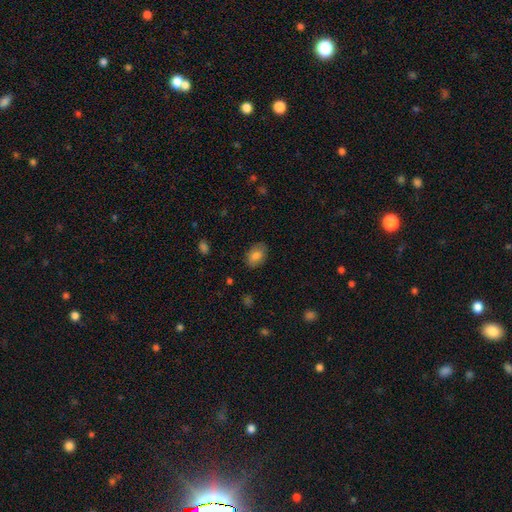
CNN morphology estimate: smooth_or_featured: smooth (p=0.81) [alt: featured or disk p=0.11]
how_rounded: in between (p=0.81) [alt: round p=0.18]
merging: none (p=0.82) [alt: minor disturbance p=0.14]